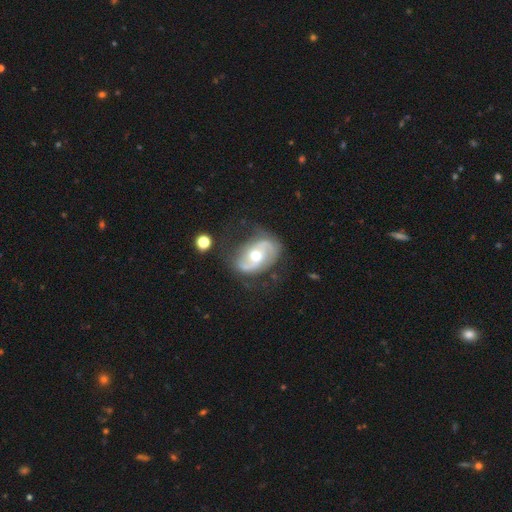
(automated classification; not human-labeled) This is clearly a featured or disk galaxy (84%). It is clearly not viewed edge-on (97%). Bar: possibly no (51%). Spiral arm pattern: clearly yes (92%). Spiral arm count: clearly 2 (88%). Spiral winding: marginally medium (45%). Central bulge: likely moderate (75%). Merging: likely none (70%).